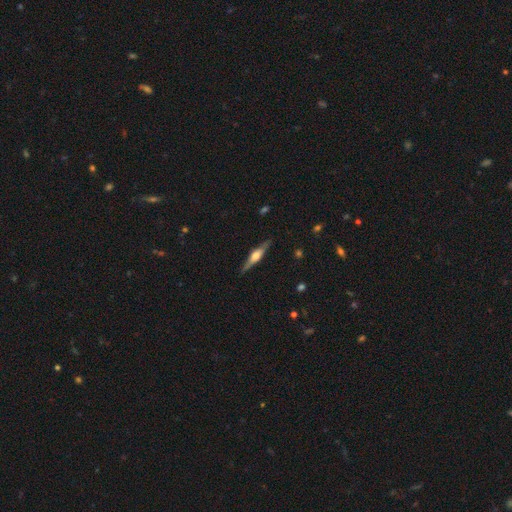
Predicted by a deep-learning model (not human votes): Smooth or featured: featured or disk — 75% (smooth — 20%)
Edge-on disk: yes — 97% (no — 3%)
Edge-on bulge: rounded — 83% (boxy — 15%)
Merging: none — 88% (minor disturbance — 9%)